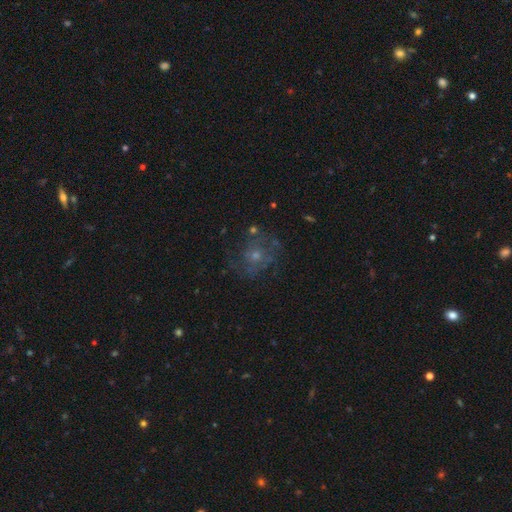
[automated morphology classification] Smooth or featured?
  - featured or disk: 56% *
  - smooth: 28%
  - star or artifact: 15%
Edge-on disk?
  - no: 97% *
  - yes: 3%
Bar?
  - no: 84% *
  - weak: 14%
  - strong: 2%
Spiral arms?
  - yes: 61% *
  - no: 39%
Bulge size?
  - small: 48% *
  - moderate: 43%
  - none: 4%
  - large: 3%
  - dominant: 1%
Merging?
  - none: 63% *
  - minor disturbance: 18%
  - major disturbance: 16%
  - merger: 3%